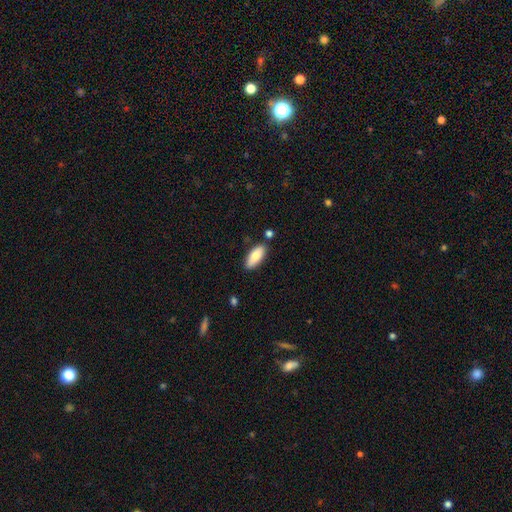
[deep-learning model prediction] Overall: smooth (78%). How rounded: in between (81%). Merging: none (83%).